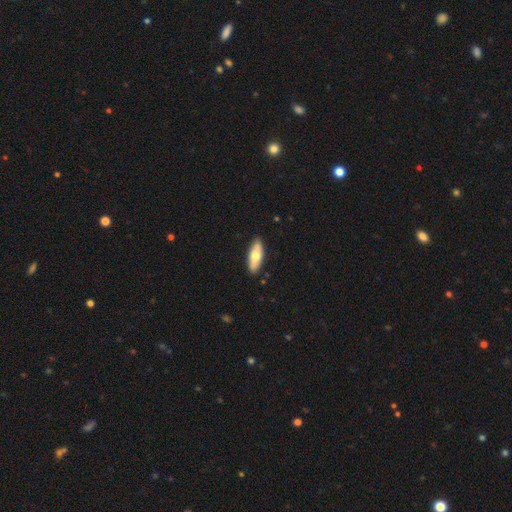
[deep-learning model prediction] Smooth or featured? Predicted: smooth (p=0.68). How rounded? Predicted: in between (p=0.74). Merging? Predicted: none (p=0.88).